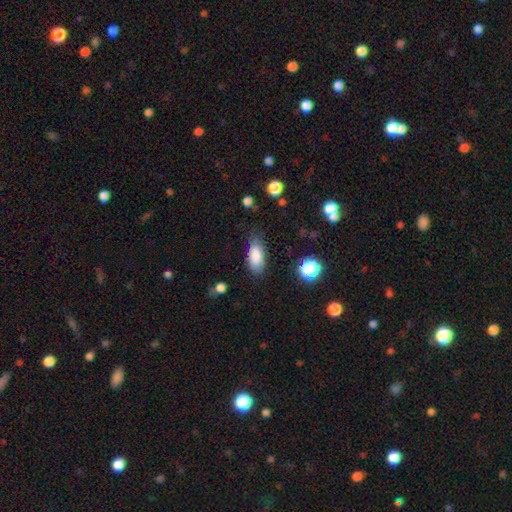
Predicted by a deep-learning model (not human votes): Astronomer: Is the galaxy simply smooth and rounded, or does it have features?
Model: smooth — 85%.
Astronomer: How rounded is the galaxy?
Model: in between — 86%.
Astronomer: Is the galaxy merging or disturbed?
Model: none — 77%.